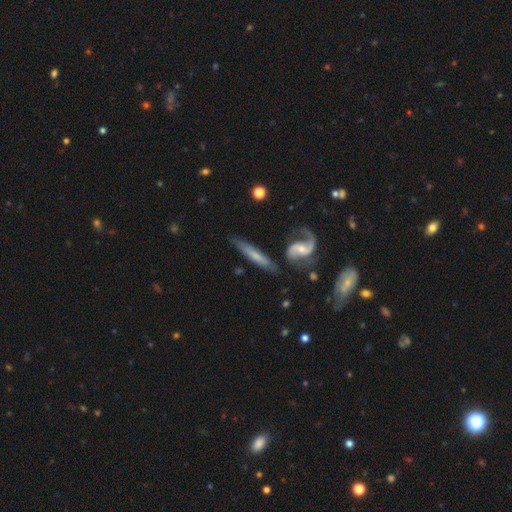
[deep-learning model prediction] featured or disk 54%, smooth 39%, star or artifact 7%. Down the decision tree: edge-on disk — yes (55%); merging — none (64%).